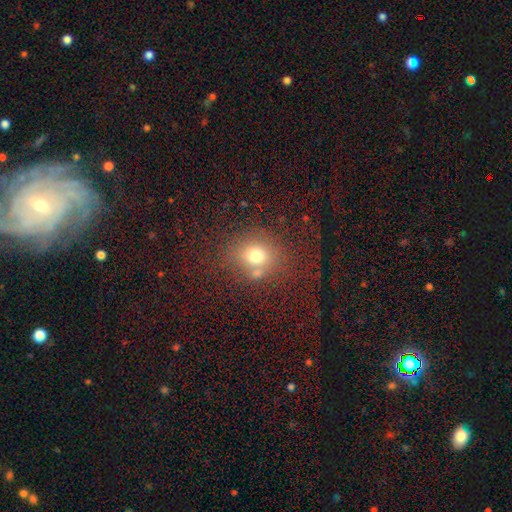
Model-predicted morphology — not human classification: Smooth or featured: smooth — 72% (star or artifact — 16%)
How rounded: round — 70% (in between — 29%)
Merging: none — 63% (merger — 16%)